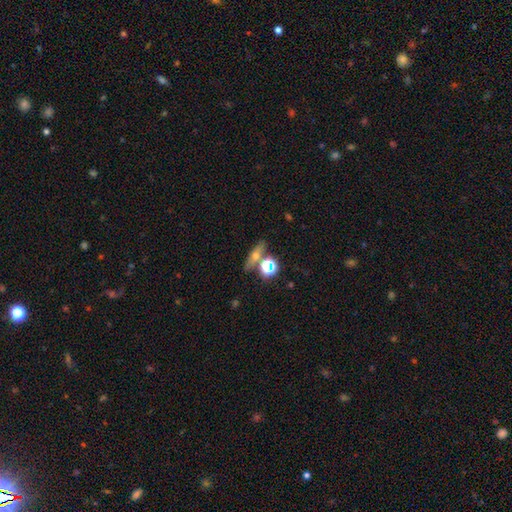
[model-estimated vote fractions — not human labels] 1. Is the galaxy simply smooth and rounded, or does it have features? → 47% smooth, 35% featured or disk, 18% star or artifact.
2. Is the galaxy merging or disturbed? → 71% none, 14% merger, 10% minor disturbance, 4% major disturbance.